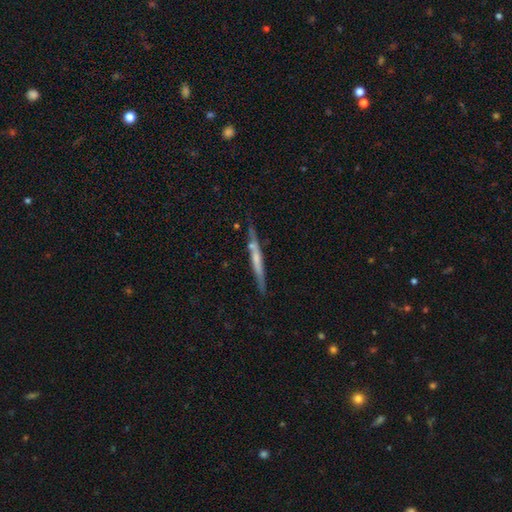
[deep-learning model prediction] Smooth or featured: featured or disk — 58% (smooth — 35%)
Edge-on disk: yes — 94% (no — 6%)
Edge-on bulge: none — 64% (rounded — 24%)
Merging: none — 76% (minor disturbance — 15%)